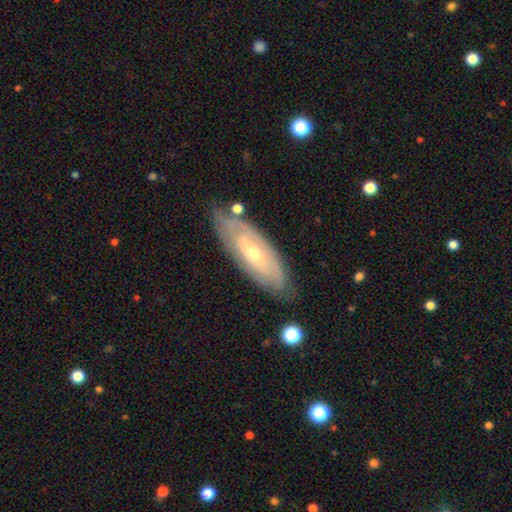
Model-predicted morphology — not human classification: smooth-or-featured: featured or disk: 72% | smooth: 22% | star or artifact: 6%
  disk-edge-on: no: 78% | yes: 22%
    bar: no: 64% | weak: 28% | strong: 9%
    has-spiral-arms: yes: 71% | no: 29%
    bulge-size: small: 54% | moderate: 43% | large: 1% | none: 1% | dominant: 1%
  merging: none: 79% | minor disturbance: 15% | major disturbance: 4% | merger: 2%